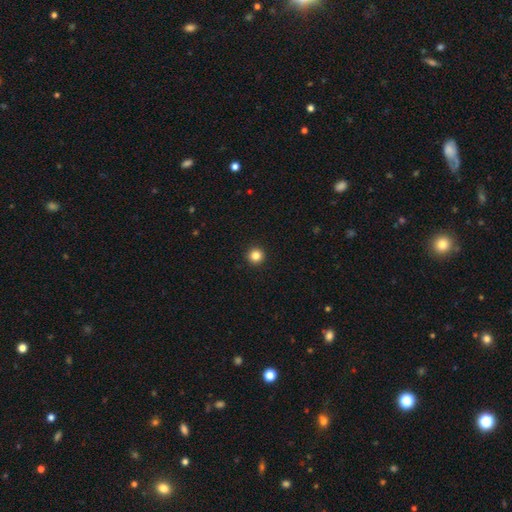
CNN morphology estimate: This is clearly a smooth galaxy (84%). How rounded: clearly round (96%). Merging: clearly none (94%).